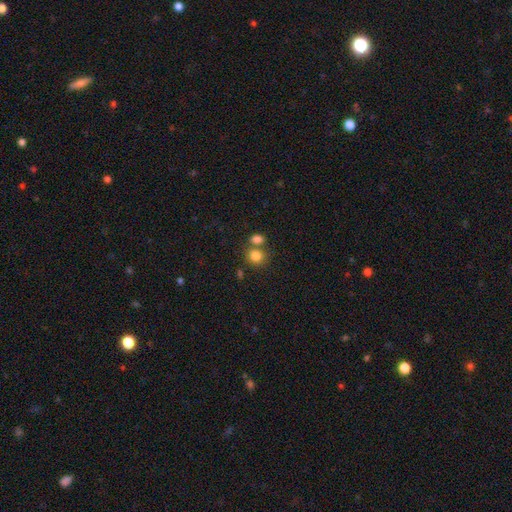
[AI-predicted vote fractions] Smooth or featured? smooth (82%)
How rounded? round (73%)
Merging? none (54%)